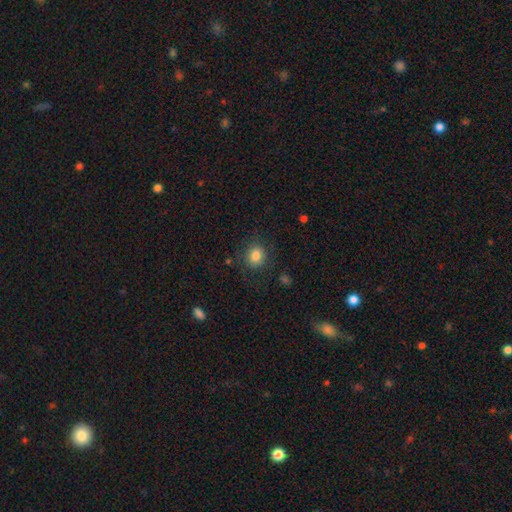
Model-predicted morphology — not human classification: Smooth or featured? Predicted: smooth (p=0.82). How rounded? Predicted: round (p=0.72). Merging? Predicted: none (p=0.82).